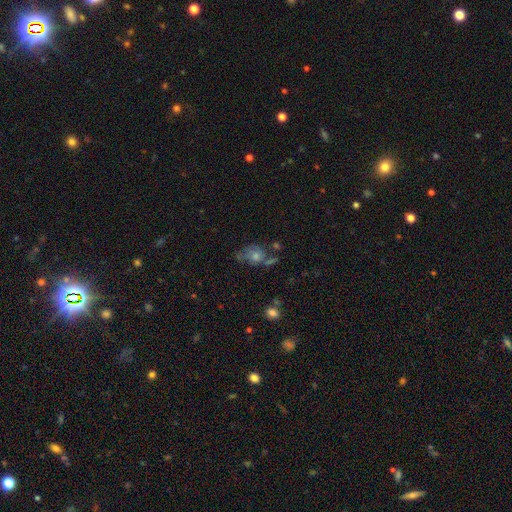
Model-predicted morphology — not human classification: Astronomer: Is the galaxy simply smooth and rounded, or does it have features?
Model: smooth — 43% (runner-up: featured or disk, 36%).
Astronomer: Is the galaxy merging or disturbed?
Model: none — 43% (runner-up: minor disturbance, 23%).